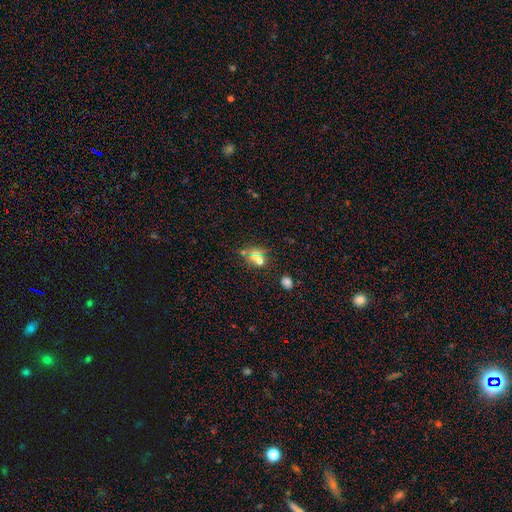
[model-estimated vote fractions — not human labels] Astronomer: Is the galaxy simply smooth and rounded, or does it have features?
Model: smooth — 58%.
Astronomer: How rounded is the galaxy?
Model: round — 76%.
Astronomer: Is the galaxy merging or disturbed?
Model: none — 52% (runner-up: merger, 35%).